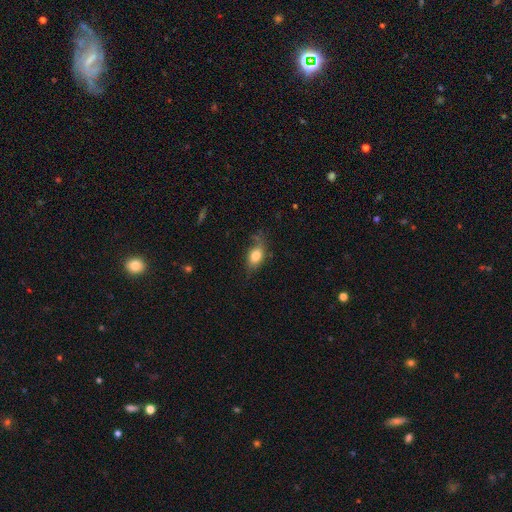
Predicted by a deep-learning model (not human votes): Smooth or featured: smooth — 76% (featured or disk — 16%)
How rounded: in between — 80% (round — 15%)
Merging: none — 57% (minor disturbance — 30%)